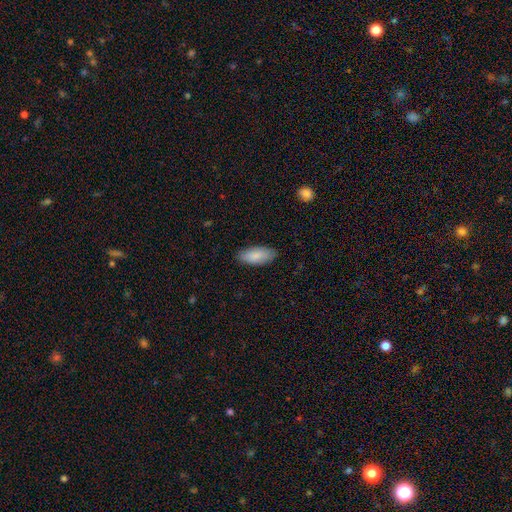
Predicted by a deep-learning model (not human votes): The model was most divided on "how rounded": in between: 86%, cigar-shaped: 12%, round: 2%. More confident: smooth or featured — smooth (87%); merging — none (86%).